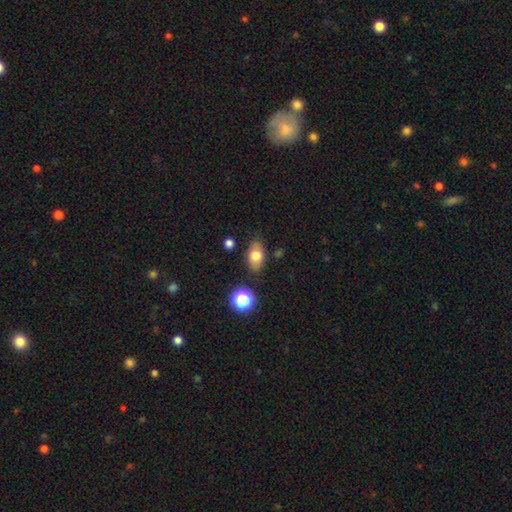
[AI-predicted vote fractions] A smooth galaxy with no disk features (75%) that is in between round and cigar-shaped (84%). Merging: none (81%).